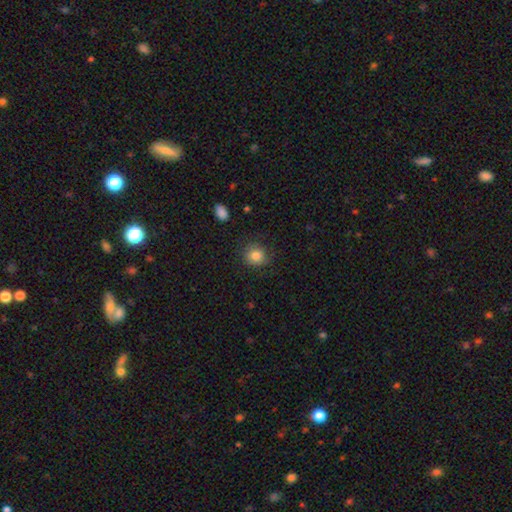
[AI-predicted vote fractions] A smooth galaxy with no disk features (82%) that is round (84%).

Vote fractions:
- Smooth or featured? smooth: 82% / featured or disk: 9% / star or artifact: 9%
- How rounded? round: 84% / in between: 15% / cigar-shaped: 1%
- Merging? none: 76% / minor disturbance: 17% / major disturbance: 6% / merger: 1%